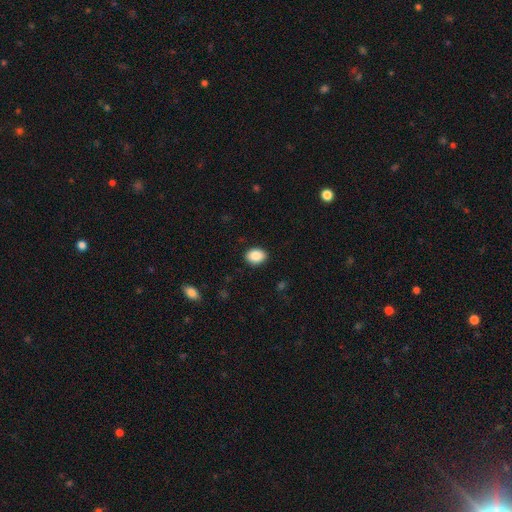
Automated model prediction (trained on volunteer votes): Morphology: type=smooth (89%); roundness=in between (60%); merging=none (89%).